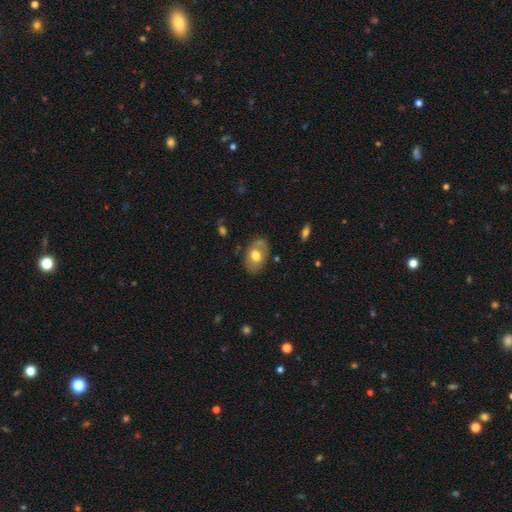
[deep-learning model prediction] Morphology: type=smooth (62%); roundness=in between (84%); merging=none (72%).